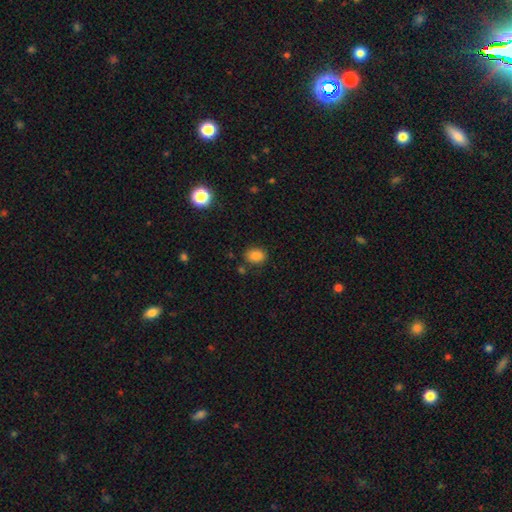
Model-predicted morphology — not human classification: Overall: smooth (84%). How rounded: in between (65%; round 34%). Merging: none (82%).